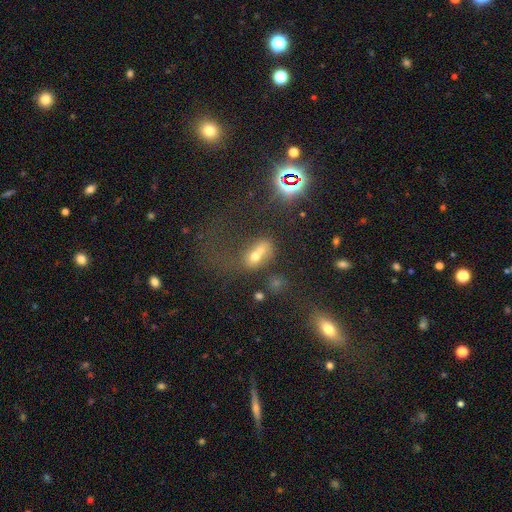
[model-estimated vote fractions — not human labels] smooth 53%, star or artifact 24%, featured or disk 23%. Down the decision tree: how rounded — in between (58%); merging — merger (60%).